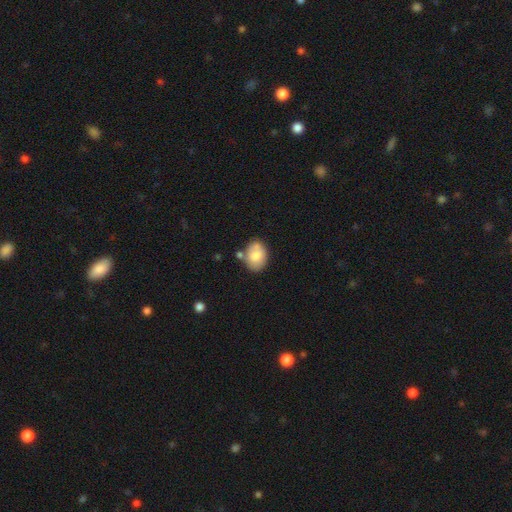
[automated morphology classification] A smooth galaxy with no disk features (75%) that is in between round and cigar-shaped (70%). Merging: none (63%).